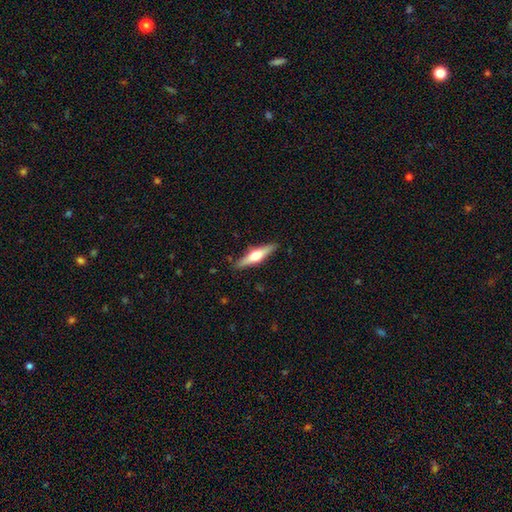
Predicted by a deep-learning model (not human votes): featured or disk 60%, smooth 34%, star or artifact 5%. Down the decision tree: edge-on disk — yes (96%); edge-on bulge — rounded (94%); merging — none (89%).